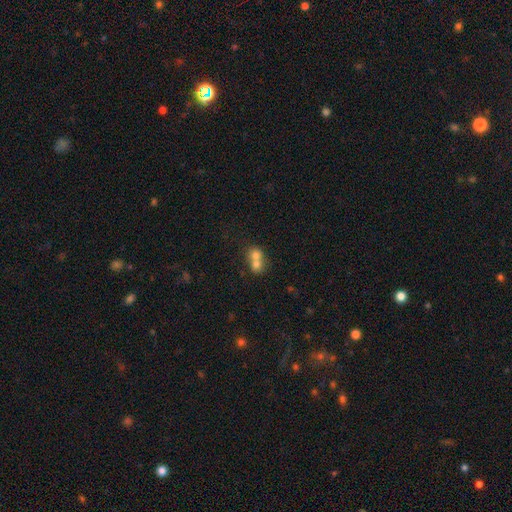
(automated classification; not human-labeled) Morphology: type=smooth (70%); roundness=round (69%); merging=merger (72%).